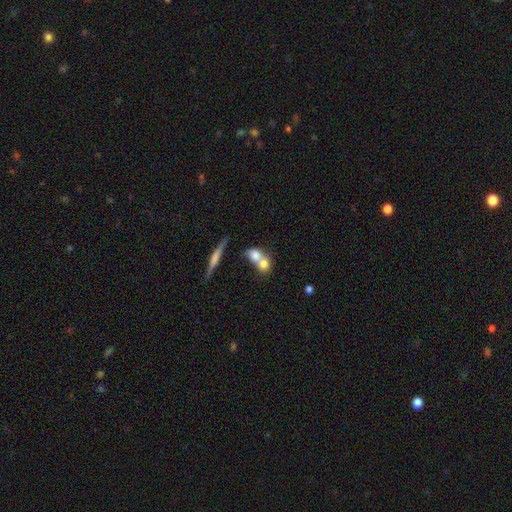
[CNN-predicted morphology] A smooth galaxy with no disk features (70%) that is round (48%). Merging: merger (68%).